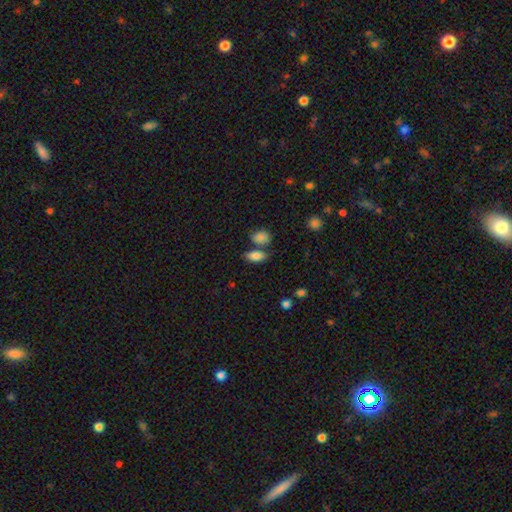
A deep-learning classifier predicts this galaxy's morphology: Overall: smooth (84%). How rounded: in between (88%). Merging: none (61%).